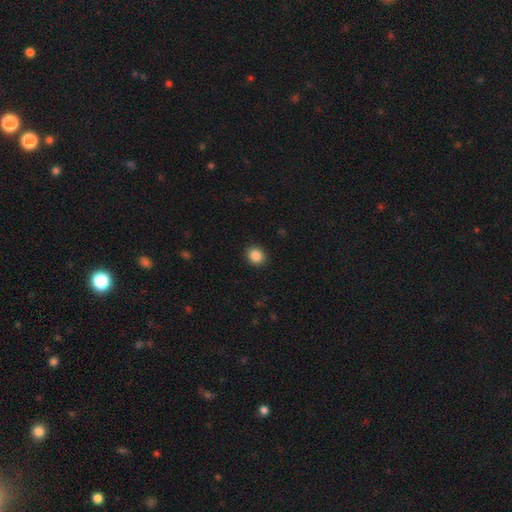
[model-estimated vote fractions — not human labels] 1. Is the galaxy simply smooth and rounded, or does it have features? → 87% smooth, 9% star or artifact, 4% featured or disk.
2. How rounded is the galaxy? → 77% round, 22% in between, 1% cigar-shaped.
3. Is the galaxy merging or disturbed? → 92% none, 6% minor disturbance, 2% major disturbance, 1% merger.